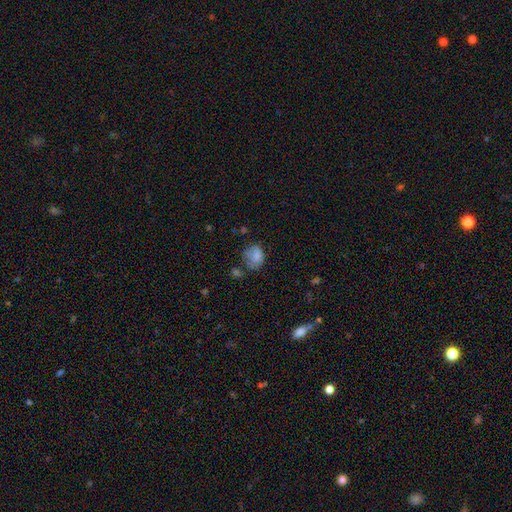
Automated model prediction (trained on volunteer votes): Smooth or featured?
  - smooth: 77% *
  - featured or disk: 13%
  - star or artifact: 10%
How rounded?
  - in between: 53% *
  - round: 46%
  - cigar-shaped: 1%
Merging?
  - none: 48% *
  - minor disturbance: 30%
  - major disturbance: 14%
  - merger: 7%